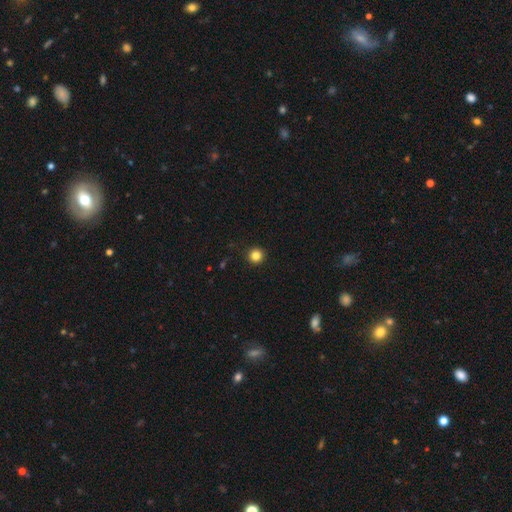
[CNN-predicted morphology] This appears to be a smooth galaxy with no disk features (84%) that is round (96%). Merging: none (93%).